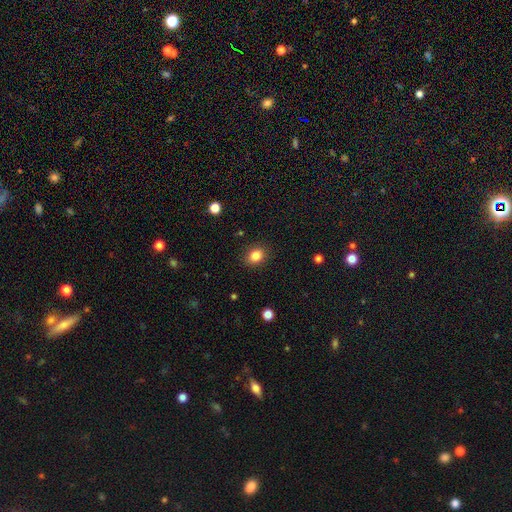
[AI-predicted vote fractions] A smooth galaxy with no disk features (85%) that is in between round and cigar-shaped (52%).

Vote fractions:
- Smooth or featured? smooth: 85% / star or artifact: 10% / featured or disk: 5%
- How rounded? in between: 52% / round: 47% / cigar-shaped: 1%
- Merging? none: 88% / minor disturbance: 9% / major disturbance: 3% / merger: 1%